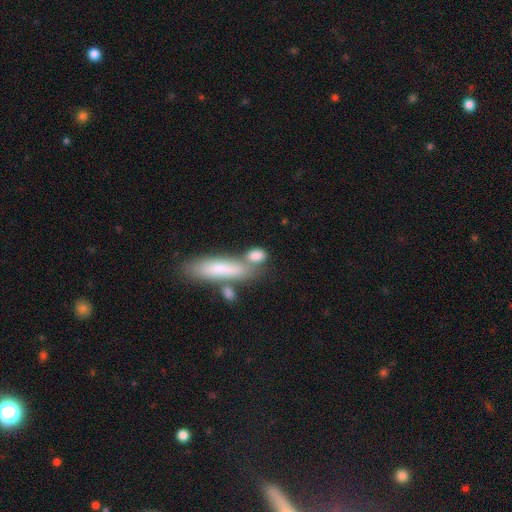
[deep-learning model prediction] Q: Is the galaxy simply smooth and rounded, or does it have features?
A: smooth — 79%.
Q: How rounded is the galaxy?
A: in between — 60%.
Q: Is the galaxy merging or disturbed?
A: none — 46%.